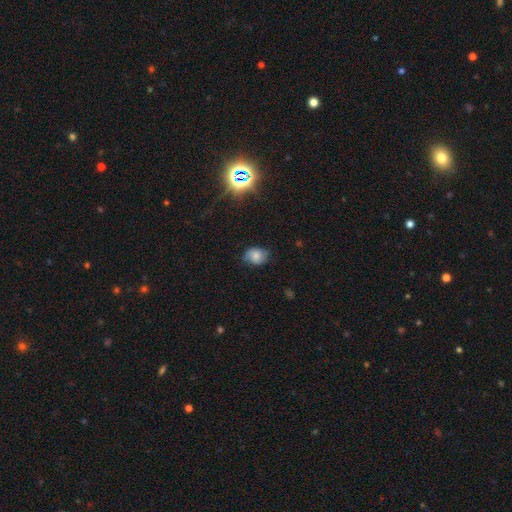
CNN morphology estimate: Smooth or featured? Predicted: smooth (p=0.65). How rounded? Predicted: in between (p=0.62). Merging? Predicted: none (p=0.65).